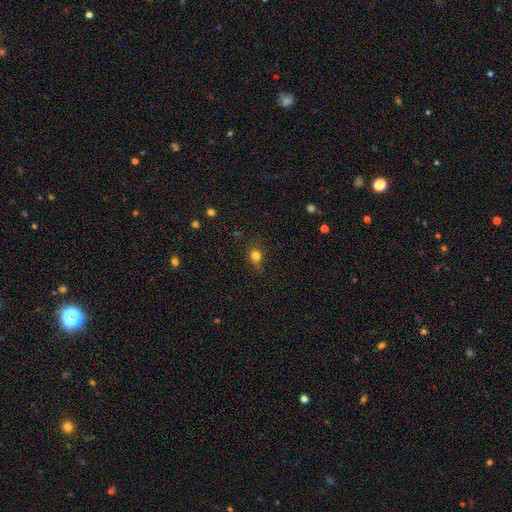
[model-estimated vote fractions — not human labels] Q: Smooth or featured?
A: smooth (78%); runner-up: star or artifact (14%)
Q: How rounded?
A: round (65%); runner-up: in between (33%)
Q: Merging?
A: none (74%); runner-up: minor disturbance (19%)